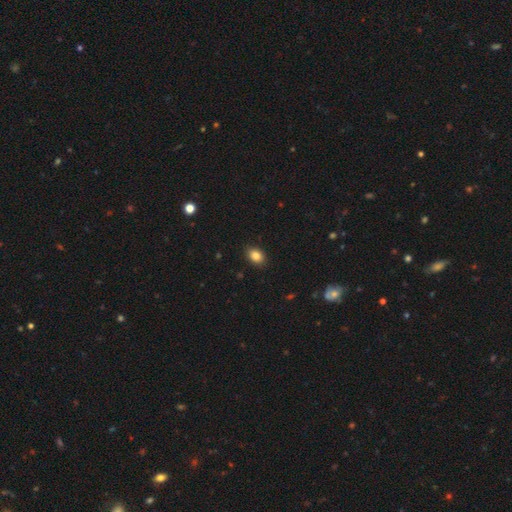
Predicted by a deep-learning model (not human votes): smooth-or-featured: smooth: 85% | star or artifact: 9% | featured or disk: 5%
  how-rounded: in between: 73% | round: 26% | cigar-shaped: 1%
  merging: none: 89% | minor disturbance: 8% | major disturbance: 2% | merger: 1%